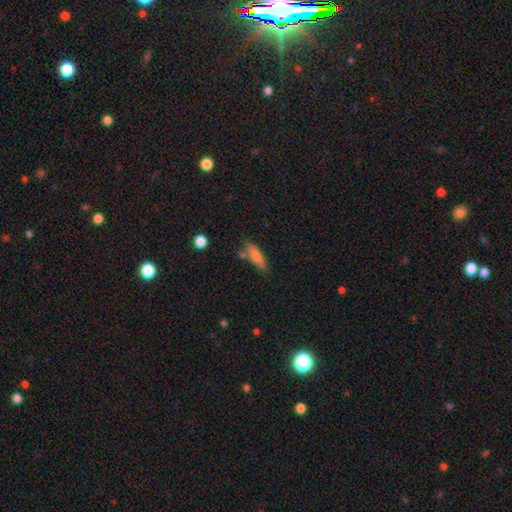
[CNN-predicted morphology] Smooth or featured: smooth — 72% (featured or disk — 21%)
How rounded: cigar-shaped — 57% (in between — 41%)
Merging: none — 63% (minor disturbance — 21%)